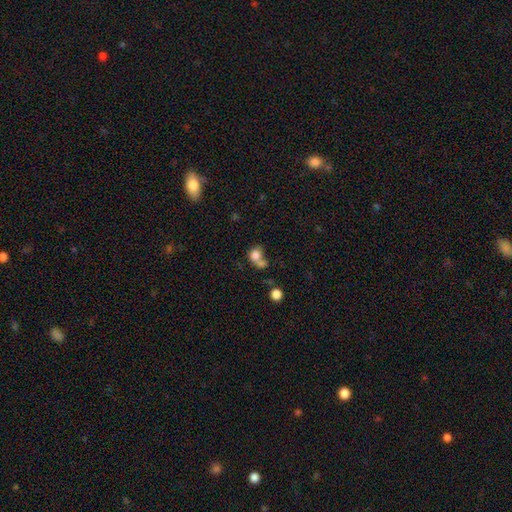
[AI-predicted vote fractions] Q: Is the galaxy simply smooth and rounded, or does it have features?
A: smooth — 77%.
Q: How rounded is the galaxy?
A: round — 64%.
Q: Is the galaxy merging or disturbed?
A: merger — 52%.